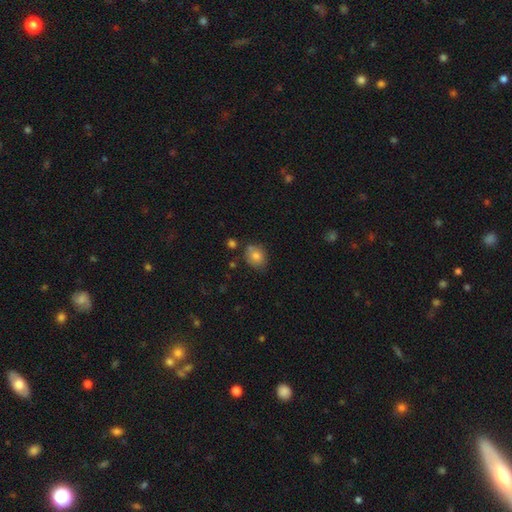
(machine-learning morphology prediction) type=smooth (79%); roundness=round (58%); merging=none (71%).